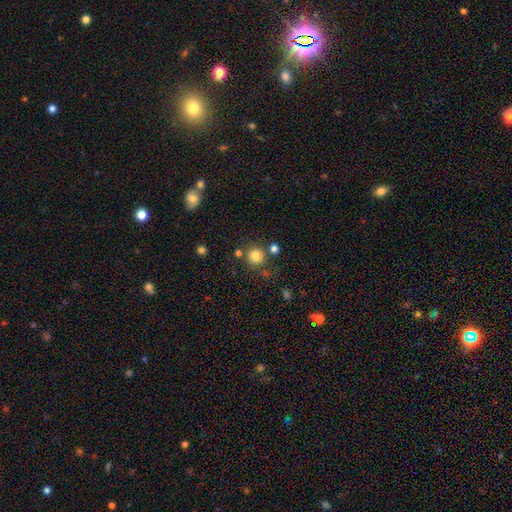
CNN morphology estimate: This appears to be a smooth galaxy with no disk features (81%) that is round (93%). Merging: none (76%).